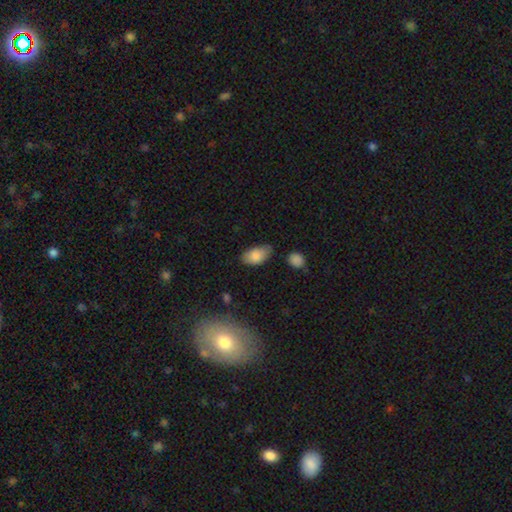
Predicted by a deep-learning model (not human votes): Smooth or featured? Predicted: smooth (p=0.84). How rounded? Predicted: in between (p=0.93). Merging? Predicted: none (p=0.61).